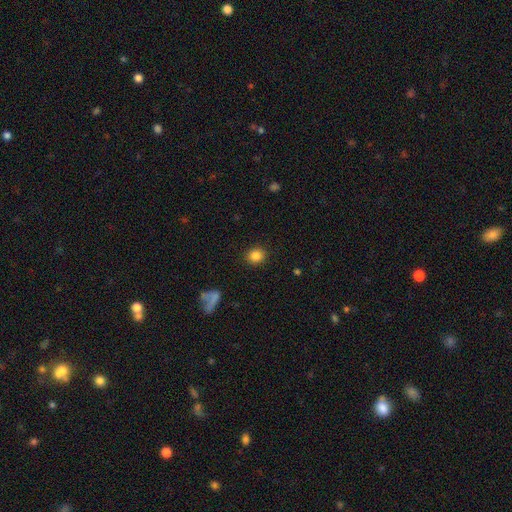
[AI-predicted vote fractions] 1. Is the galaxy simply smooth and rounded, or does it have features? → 85% smooth, 11% star or artifact, 5% featured or disk.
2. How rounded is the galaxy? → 83% round, 16% in between, 1% cigar-shaped.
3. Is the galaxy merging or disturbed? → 90% none, 6% minor disturbance, 2% major disturbance, 1% merger.